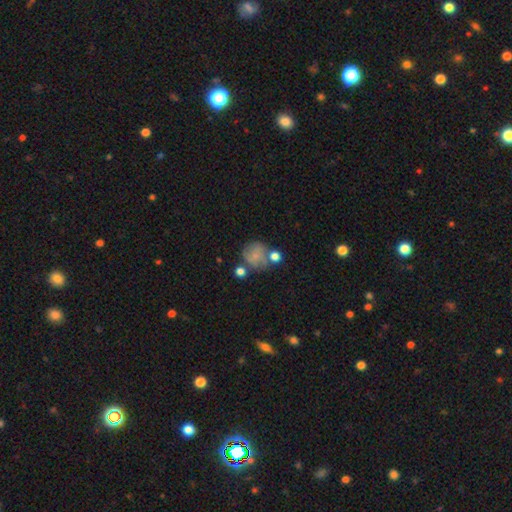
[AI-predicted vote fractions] This appears to be a smooth galaxy with no disk features (59%) that is round (81%). Merging: none (50%).